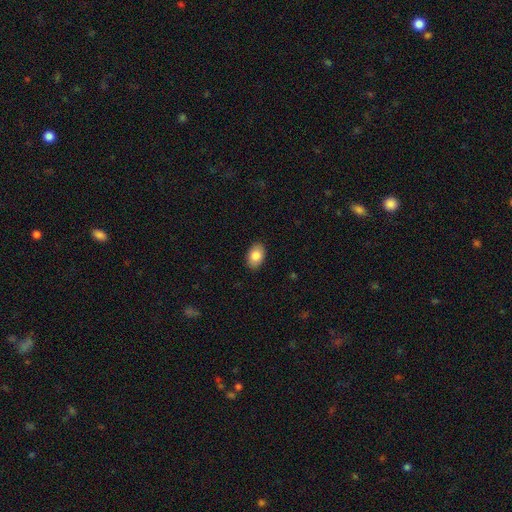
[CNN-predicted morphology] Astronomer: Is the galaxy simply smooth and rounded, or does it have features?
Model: smooth — 86%.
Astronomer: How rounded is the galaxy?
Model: in between — 88%.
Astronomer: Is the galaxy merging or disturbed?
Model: none — 89%.